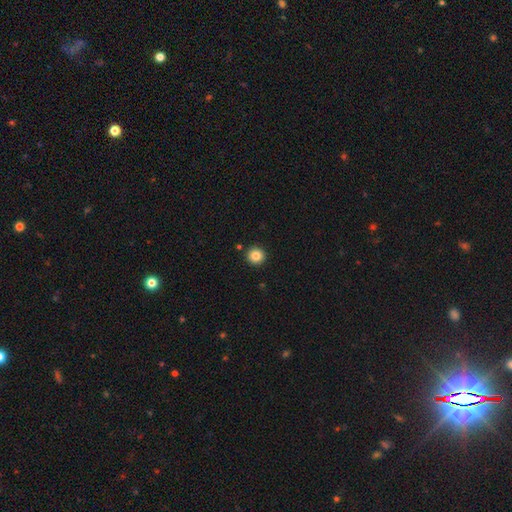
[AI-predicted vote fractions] smooth-or-featured: smooth: 85% | star or artifact: 10% | featured or disk: 5%
  how-rounded: round: 96% | in between: 3% | cigar-shaped: 1%
  merging: none: 92% | minor disturbance: 4% | merger: 2% | major disturbance: 1%